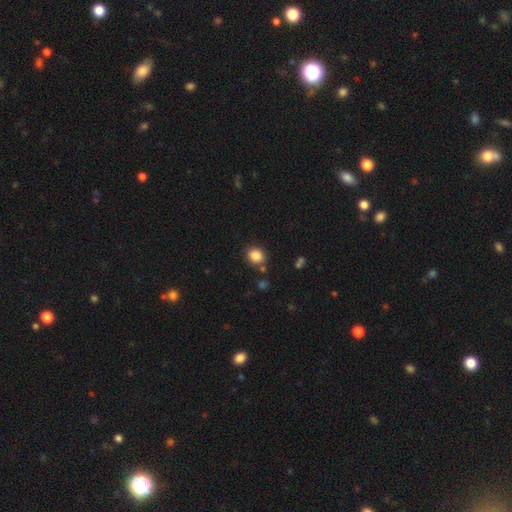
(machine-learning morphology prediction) Smooth or featured?
  - smooth: 86% *
  - star or artifact: 10%
  - featured or disk: 4%
How rounded?
  - round: 61% *
  - in between: 38%
  - cigar-shaped: 1%
Merging?
  - none: 81% *
  - minor disturbance: 11%
  - merger: 5%
  - major disturbance: 3%